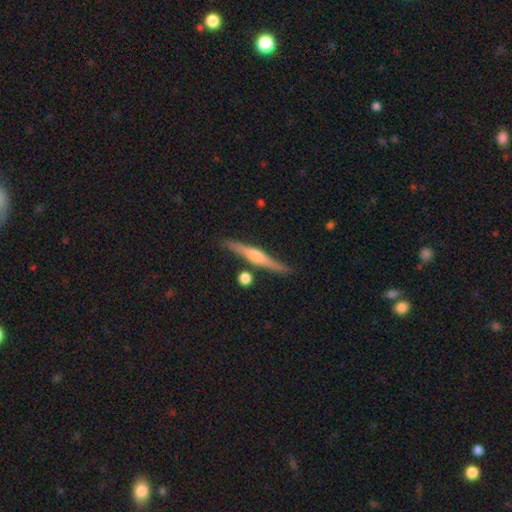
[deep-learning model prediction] Smooth or featured? featured or disk (74%)
Edge-on disk? yes (98%)
Edge-on bulge? rounded (85%)
Merging? none (86%)